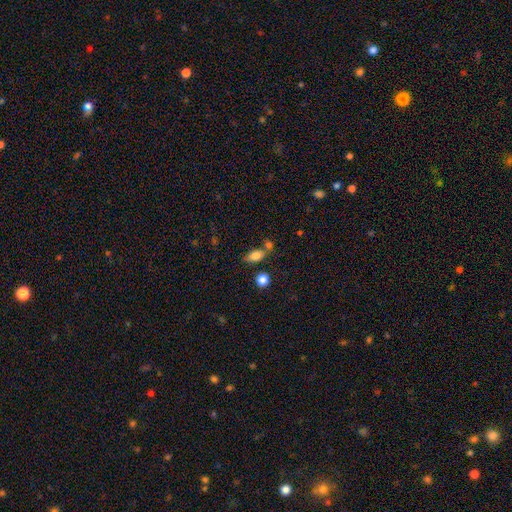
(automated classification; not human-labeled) smooth-or-featured: smooth: 78% | featured or disk: 12% | star or artifact: 10%
  how-rounded: in between: 79% | cigar-shaped: 11% | round: 10%
  merging: none: 58% | merger: 22% | minor disturbance: 15% | major disturbance: 5%